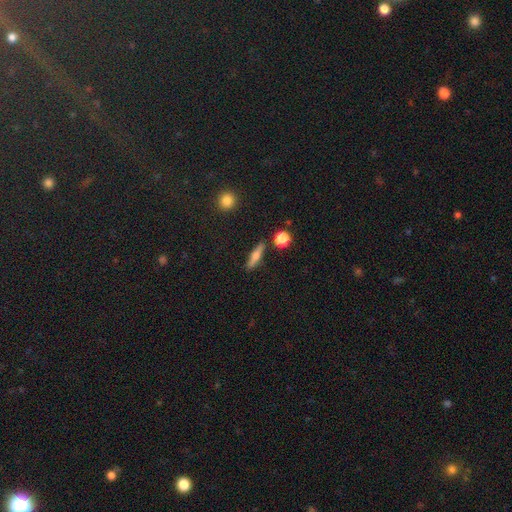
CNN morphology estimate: Overall: smooth (55%; featured or disk 36%). How rounded: cigar-shaped (75%). Merging: none (86%).